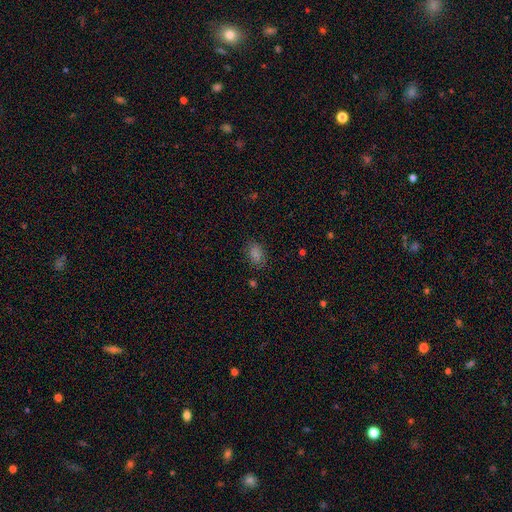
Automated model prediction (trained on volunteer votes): smooth-or-featured: smooth: 75% | star or artifact: 19% | featured or disk: 6%
  how-rounded: in between: 82% | round: 16% | cigar-shaped: 2%
  merging: none: 85% | minor disturbance: 10% | major disturbance: 3% | merger: 2%